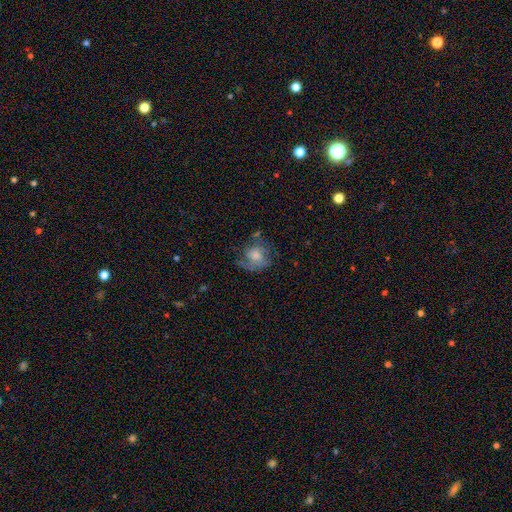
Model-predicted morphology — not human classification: type=smooth (50%); merging=none (51%).